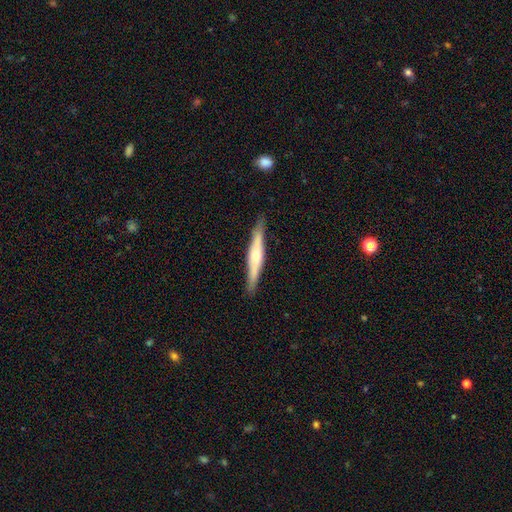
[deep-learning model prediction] This is likely a featured or disk galaxy (62%). It is clearly viewed edge-on (93%). Edge-on bulge: clearly rounded (84%). Merging: clearly none (87%).